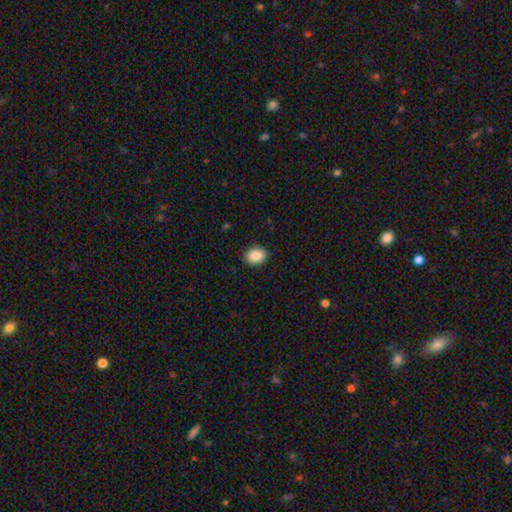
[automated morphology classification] smooth-or-featured: smooth: 87% | star or artifact: 8% | featured or disk: 4%
  how-rounded: in between: 50% | round: 49% | cigar-shaped: 1%
  merging: none: 90% | minor disturbance: 7% | major disturbance: 2% | merger: 1%